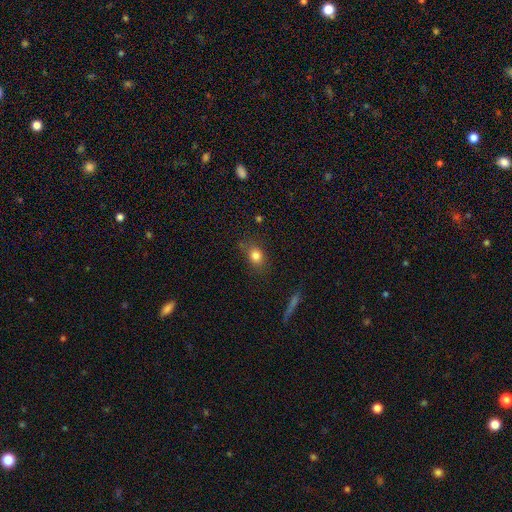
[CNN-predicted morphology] This is clearly a smooth galaxy (81%). How rounded: possibly in between (55%). Merging: likely none (72%).